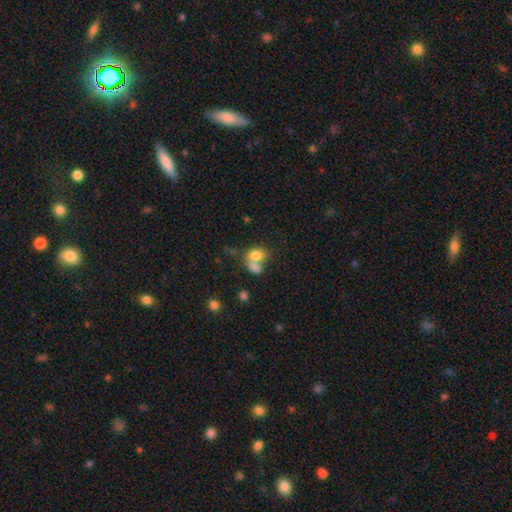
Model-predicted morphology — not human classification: type=smooth (77%); roundness=in between (61%); merging=merger (56%).